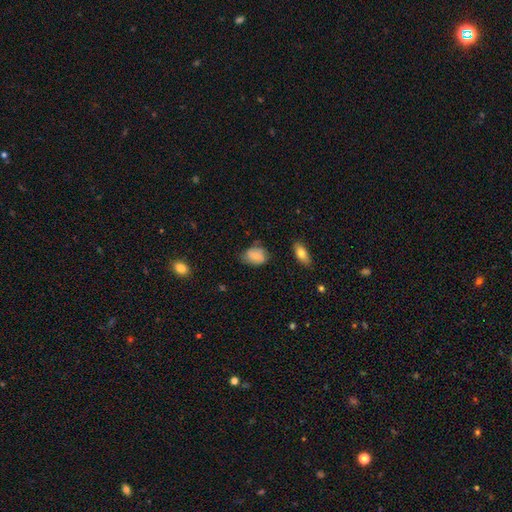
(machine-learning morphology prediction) Smooth or featured: smooth — 73% (featured or disk — 20%)
How rounded: in between — 68% (round — 31%)
Merging: none — 60% (minor disturbance — 31%)